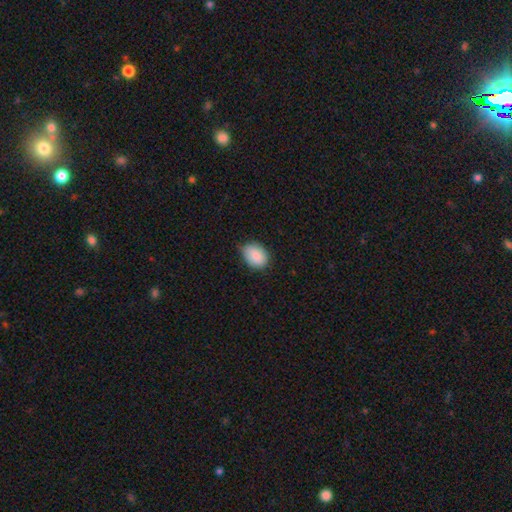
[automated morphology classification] smooth-or-featured: smooth: 88% | star or artifact: 7% | featured or disk: 5%
  how-rounded: in between: 72% | round: 27% | cigar-shaped: 1%
  merging: none: 68% | minor disturbance: 27% | major disturbance: 4% | merger: 1%